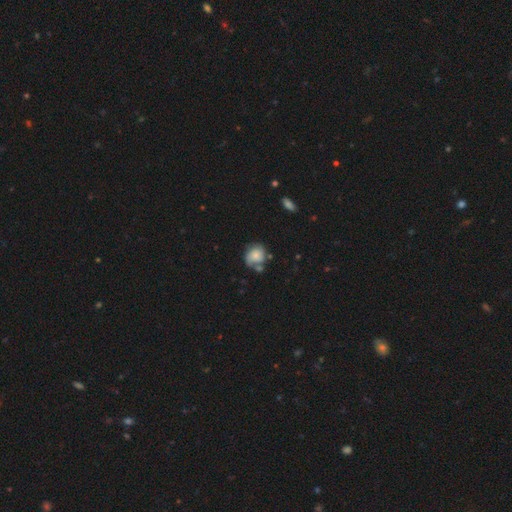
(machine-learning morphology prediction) This is possibly a smooth galaxy (57%). How rounded: likely round (64%). Merging: possibly none (45%).